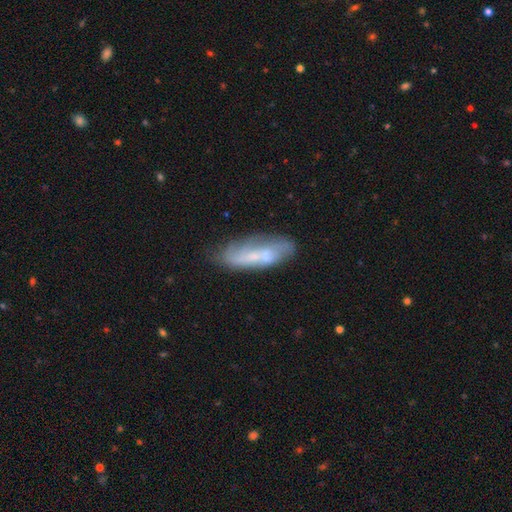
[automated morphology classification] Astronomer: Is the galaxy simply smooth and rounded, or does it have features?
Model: featured or disk — 51% (runner-up: smooth, 41%).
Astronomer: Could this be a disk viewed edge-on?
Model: no — 80%.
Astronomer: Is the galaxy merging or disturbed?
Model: none — 55%.